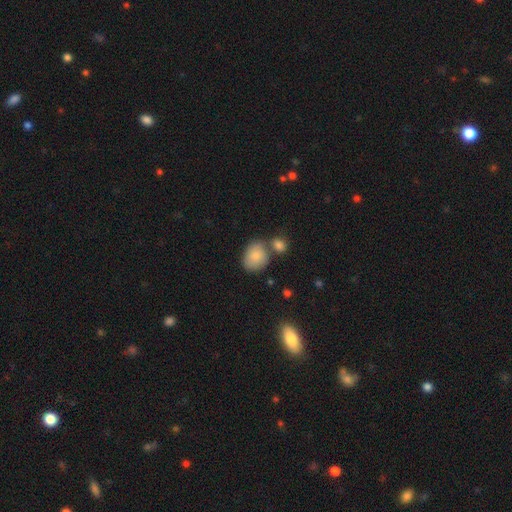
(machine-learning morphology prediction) Smooth or featured? smooth (84%)
How rounded? in between (54%)
Merging? none (51%)